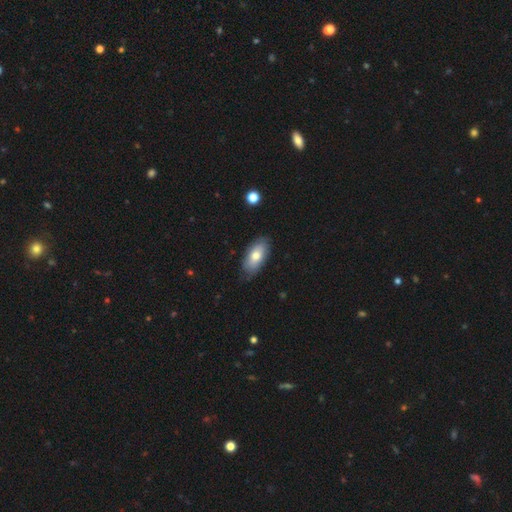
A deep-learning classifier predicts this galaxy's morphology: This is likely a smooth galaxy (72%). How rounded: clearly in between (91%). Merging: likely none (77%).